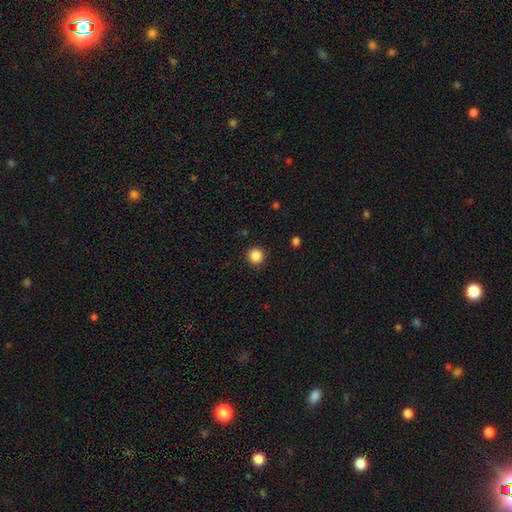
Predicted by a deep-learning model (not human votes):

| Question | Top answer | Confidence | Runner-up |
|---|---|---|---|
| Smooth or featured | smooth | 86% | star or artifact (11%) |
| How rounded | round | 94% | in between (5%) |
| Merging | none | 92% | minor disturbance (5%) |